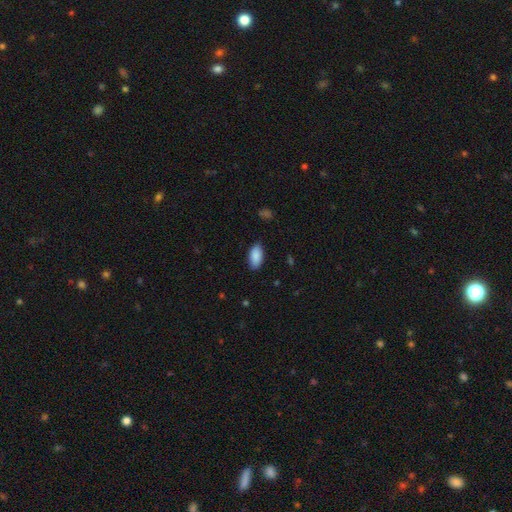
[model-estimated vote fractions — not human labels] Smooth or featured: smooth — 89% (star or artifact — 6%)
How rounded: in between — 94% (cigar-shaped — 4%)
Merging: none — 86% (minor disturbance — 11%)